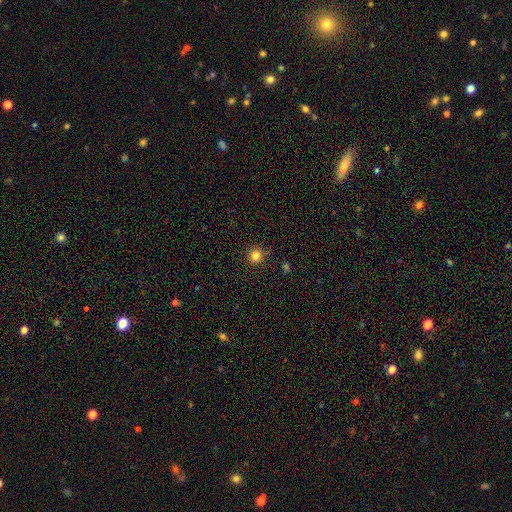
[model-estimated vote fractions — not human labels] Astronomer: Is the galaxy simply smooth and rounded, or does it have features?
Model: smooth — 82%.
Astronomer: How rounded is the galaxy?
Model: round — 94%.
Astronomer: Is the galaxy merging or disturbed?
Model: none — 89%.